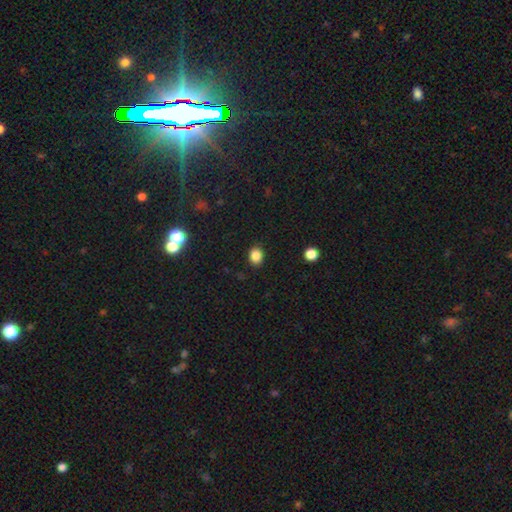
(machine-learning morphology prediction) This is clearly a smooth galaxy (85%). How rounded: likely round (60%). Merging: clearly none (89%).